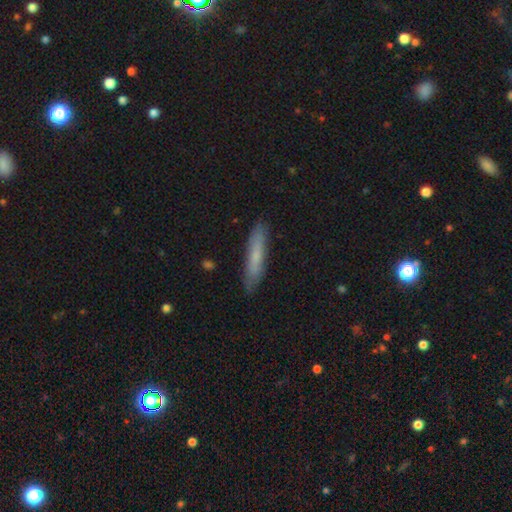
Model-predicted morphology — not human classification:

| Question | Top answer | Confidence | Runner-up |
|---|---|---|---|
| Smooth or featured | smooth | 66% | featured or disk (28%) |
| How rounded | cigar-shaped | 89% | in between (9%) |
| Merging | none | 85% | minor disturbance (11%) |